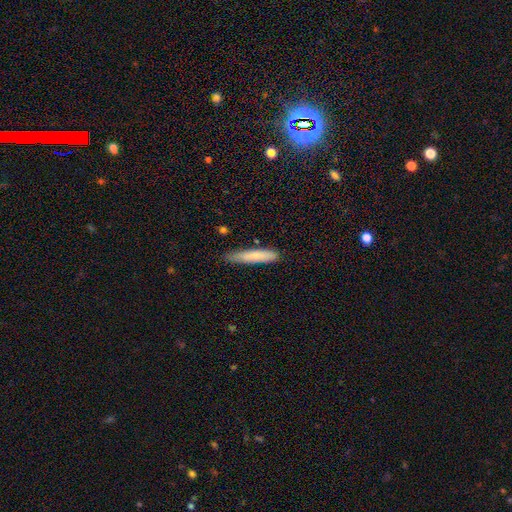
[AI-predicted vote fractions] This appears to be a smooth galaxy with no disk features (77%) that is cigar-shaped (89%). Merging: none (77%).